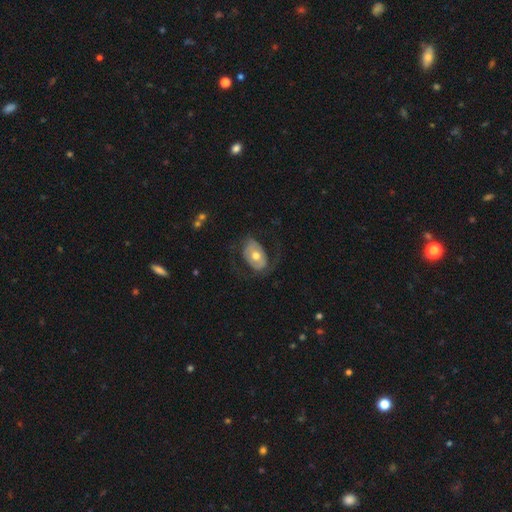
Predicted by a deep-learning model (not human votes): smooth-or-featured: featured or disk: 54% | smooth: 40% | star or artifact: 6%
  disk-edge-on: no: 94% | yes: 6%
    bar: no: 68% | weak: 20% | strong: 12%
    has-spiral-arms: no: 55% | yes: 45%
    bulge-size: moderate: 75% | small: 13% | large: 9% | dominant: 1% | none: 1%
  merging: none: 58% | major disturbance: 22% | minor disturbance: 18% | merger: 2%